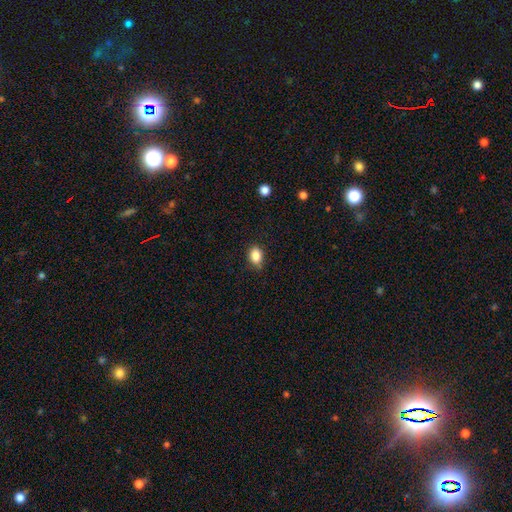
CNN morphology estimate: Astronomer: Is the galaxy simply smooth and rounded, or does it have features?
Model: smooth — 86%.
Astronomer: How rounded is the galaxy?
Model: in between — 65%.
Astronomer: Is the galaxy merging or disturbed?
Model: none — 79%.